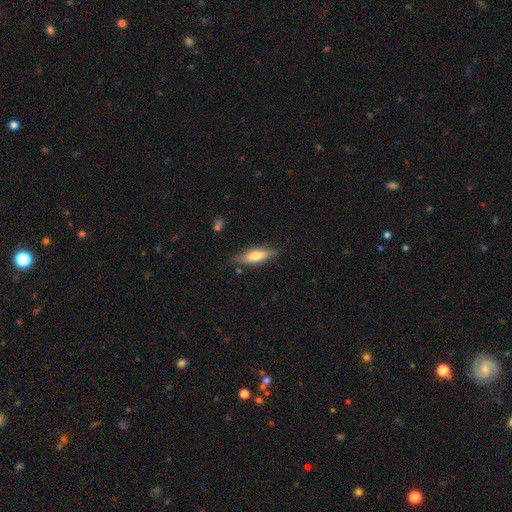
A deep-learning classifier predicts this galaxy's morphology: Q: Smooth or featured?
A: smooth (60%); runner-up: featured or disk (34%)
Q: How rounded?
A: cigar-shaped (55%); runner-up: in between (43%)
Q: Merging?
A: none (75%); runner-up: minor disturbance (19%)